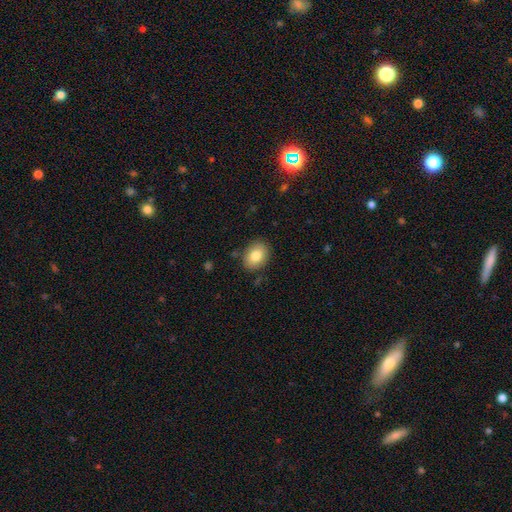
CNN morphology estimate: Smooth or featured? smooth (82%)
How rounded? in between (66%)
Merging? none (85%)